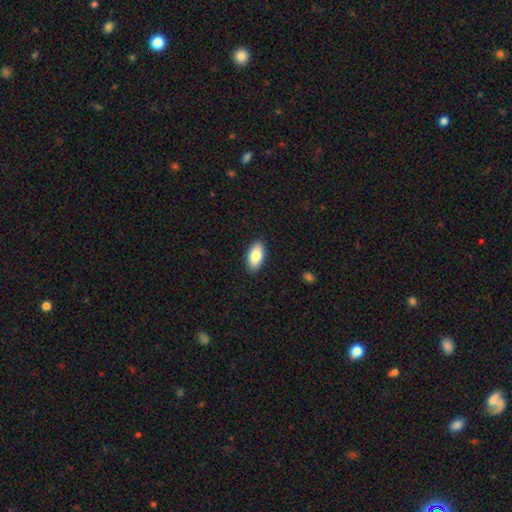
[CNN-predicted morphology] Smooth or featured? smooth (85%)
How rounded? in between (93%)
Merging? none (89%)